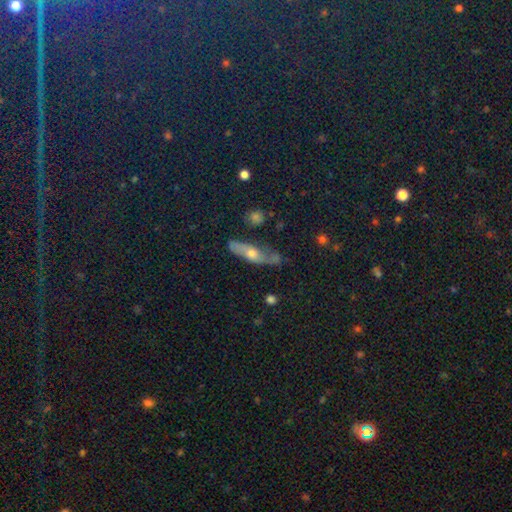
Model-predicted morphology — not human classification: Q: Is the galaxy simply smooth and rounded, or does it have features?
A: smooth — 44%.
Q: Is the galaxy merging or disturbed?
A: none — 65%.